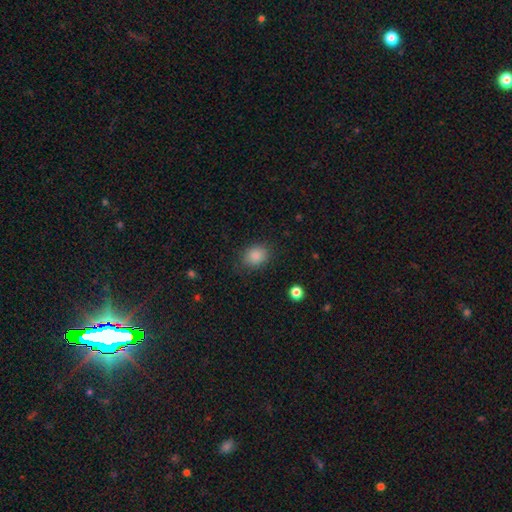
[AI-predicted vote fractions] A smooth galaxy with no disk features (87%) that is round (51%). Merging: none (79%).